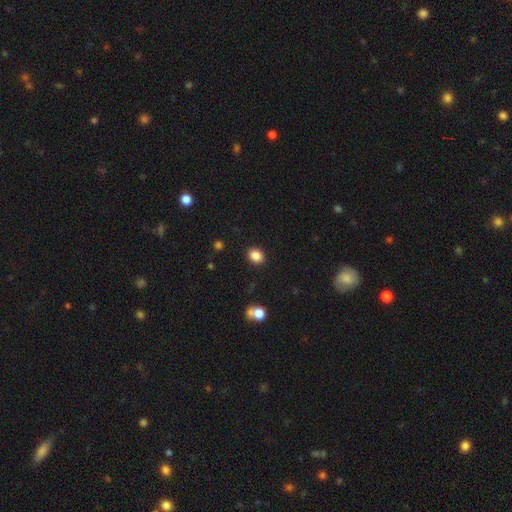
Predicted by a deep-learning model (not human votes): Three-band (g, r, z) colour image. It shows a smooth galaxy with no disk features (86%) that is in between round and cigar-shaped (52%). Merging: none (89%).